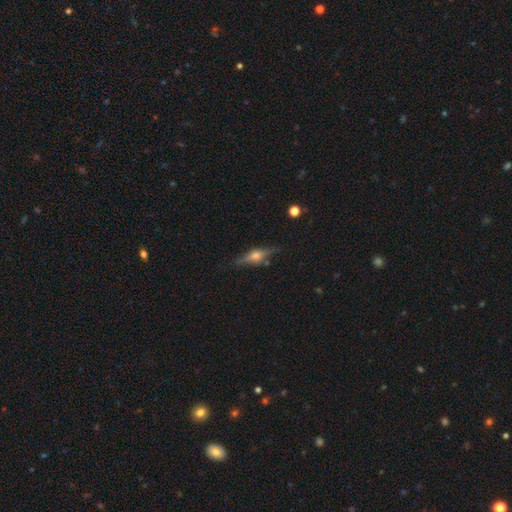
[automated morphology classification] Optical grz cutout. It shows a featured or disk galaxy (76%) viewed edge-on (96%) with a rounded central bulge (89%). Merging: none (84%).